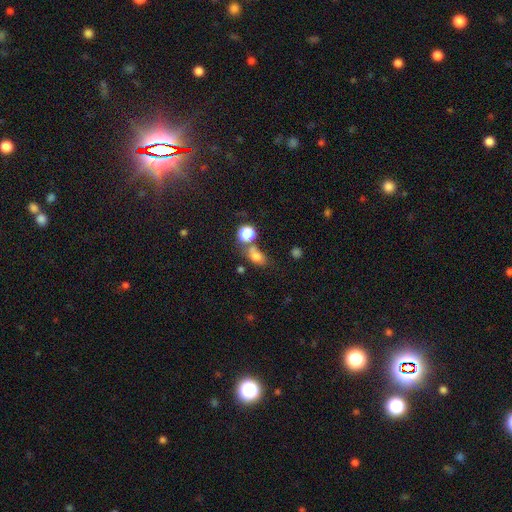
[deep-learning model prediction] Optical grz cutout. It shows a smooth galaxy with no disk features (71%) that is in between round and cigar-shaped (72%). Merging: none (52%).